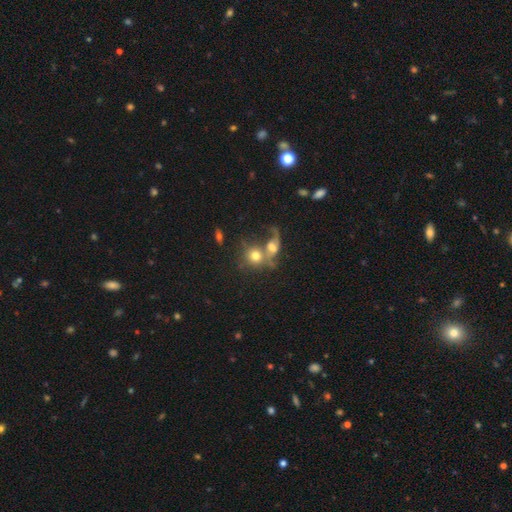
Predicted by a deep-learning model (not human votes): Morphology: type=smooth (65%); roundness=round (77%); merging=merger (57%).